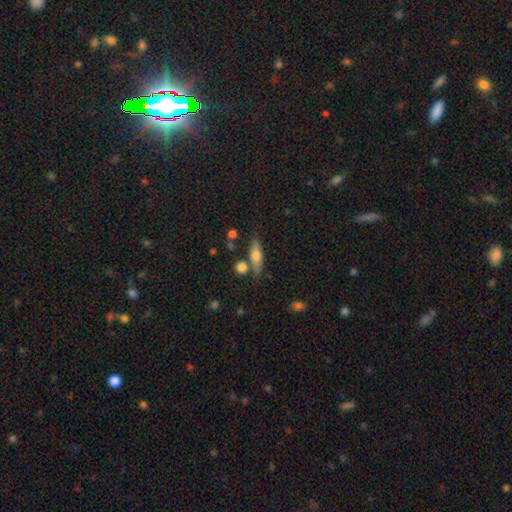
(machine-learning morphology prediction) The model was most divided on "smooth or featured": smooth: 53%, featured or disk: 39%, star or artifact: 8%. More confident: merging — none (72%); how rounded — cigar-shaped (60%).